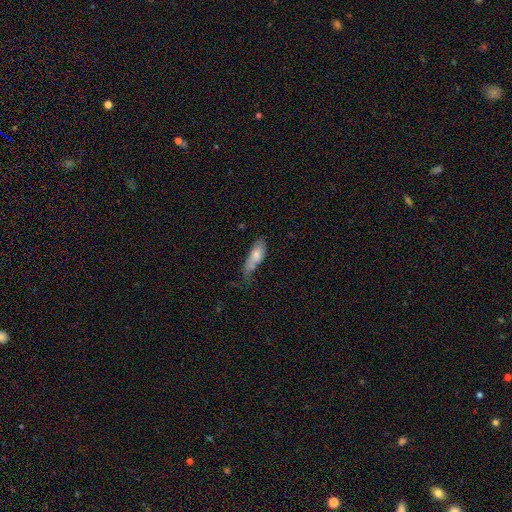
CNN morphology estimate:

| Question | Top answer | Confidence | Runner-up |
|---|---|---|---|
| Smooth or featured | smooth | 73% | featured or disk (20%) |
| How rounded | in between | 68% | cigar-shaped (30%) |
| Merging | minor disturbance | 38% | none (31%) |